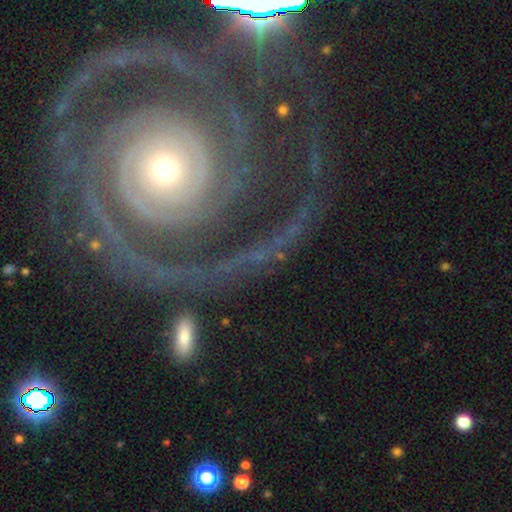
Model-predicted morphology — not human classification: Smooth or featured? Predicted: featured or disk (p=0.88). Edge-on disk? Predicted: no (p=0.97). Bar? Predicted: no (p=0.76). Spiral arms? Predicted: yes (p=0.96). Spiral winding? Predicted: tight (p=0.68). Spiral arm count? Predicted: 2 (p=0.50). Bulge size? Predicted: small (p=0.53). Merging? Predicted: none (p=0.59).